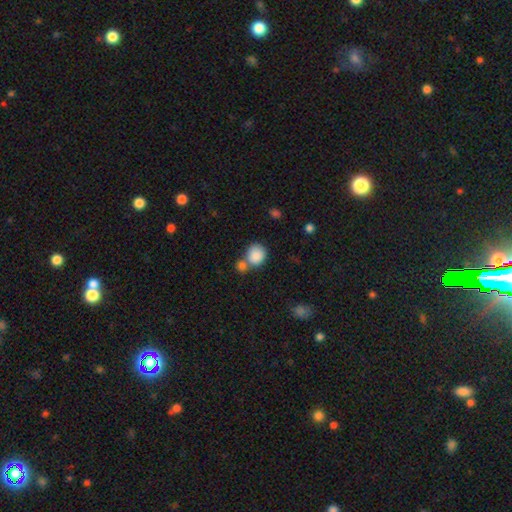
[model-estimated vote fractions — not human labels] Smooth or featured?
  - smooth: 86% *
  - star or artifact: 8%
  - featured or disk: 6%
How rounded?
  - round: 77% *
  - in between: 22%
  - cigar-shaped: 1%
Merging?
  - none: 45% *
  - merger: 40%
  - minor disturbance: 11%
  - major disturbance: 4%